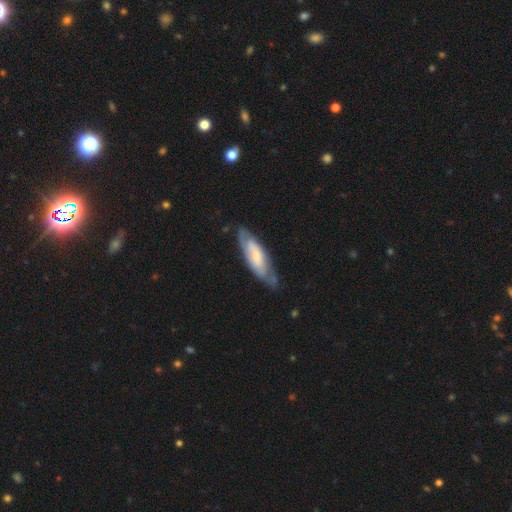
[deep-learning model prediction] This appears to be a featured or disk galaxy (59%). Merging: none (66%).